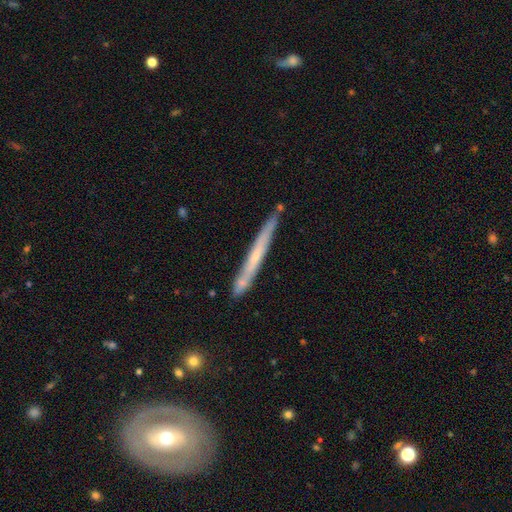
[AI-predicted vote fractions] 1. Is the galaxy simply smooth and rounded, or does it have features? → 53% featured or disk, 41% smooth, 6% star or artifact.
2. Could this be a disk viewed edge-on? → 92% yes, 8% no.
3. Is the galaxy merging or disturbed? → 80% none, 14% minor disturbance, 4% merger, 2% major disturbance.